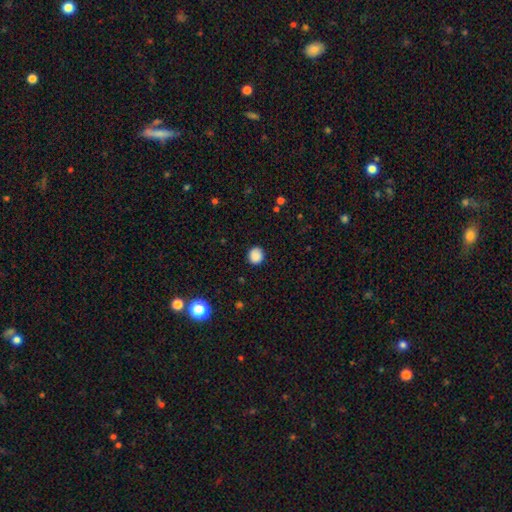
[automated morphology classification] Smooth or featured? Predicted: smooth (p=0.87). How rounded? Predicted: round (p=0.85). Merging? Predicted: none (p=0.88).